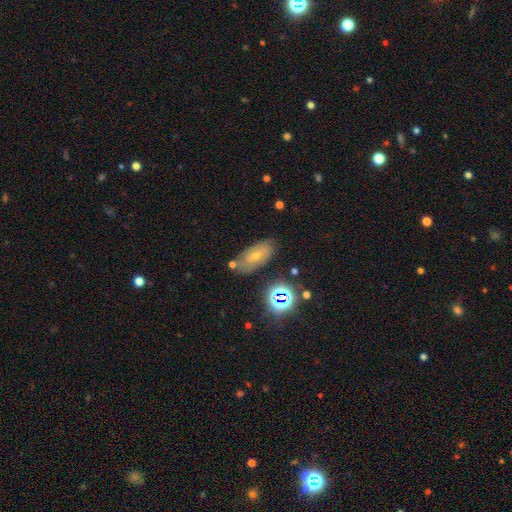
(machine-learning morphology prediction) The model was most divided on "smooth or featured": smooth: 51%, featured or disk: 32%, star or artifact: 17%. More confident: how rounded — in between (85%); merging — none (68%).